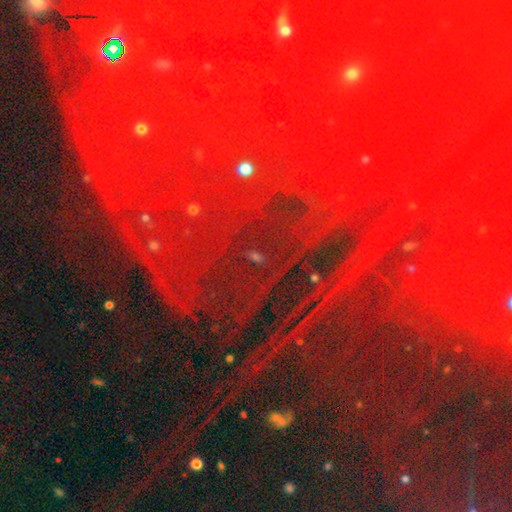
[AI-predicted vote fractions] This appears to be a star or artifact, not a galaxy (87%).